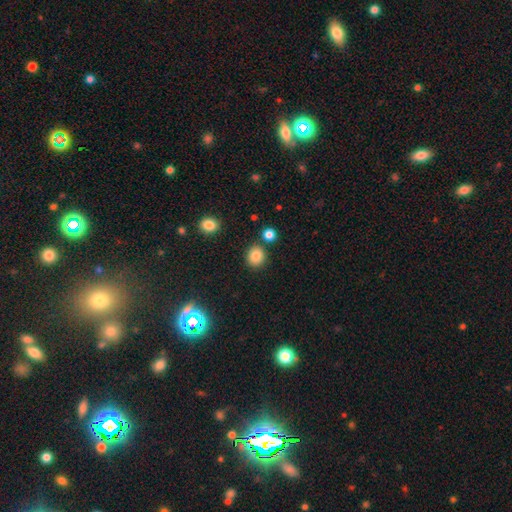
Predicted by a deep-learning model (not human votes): Smooth or featured?
  - smooth: 83% *
  - star or artifact: 11%
  - featured or disk: 5%
How rounded?
  - round: 81% *
  - in between: 18%
  - cigar-shaped: 1%
Merging?
  - none: 85% *
  - minor disturbance: 8%
  - merger: 5%
  - major disturbance: 2%